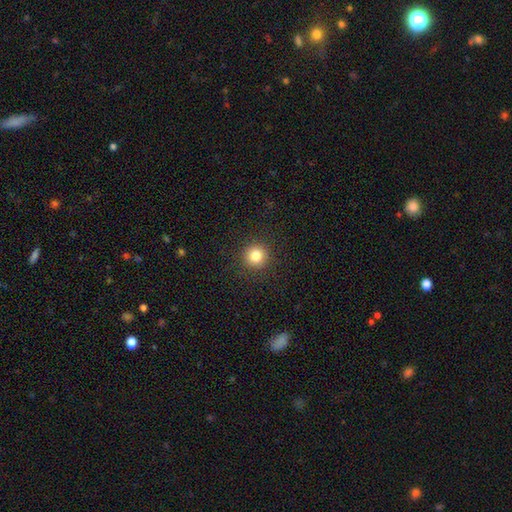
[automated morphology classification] This is clearly a smooth galaxy (83%). How rounded: clearly round (95%). Merging: clearly none (92%).